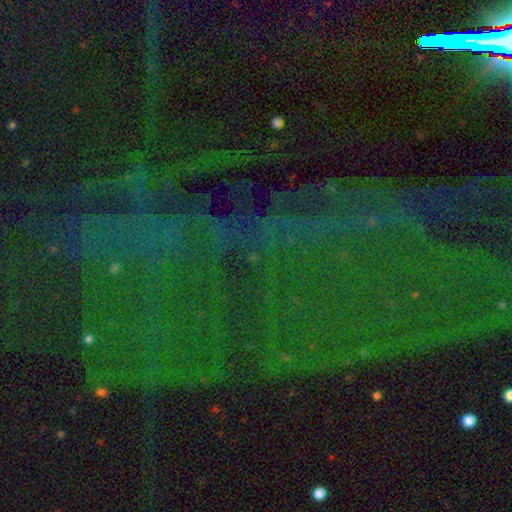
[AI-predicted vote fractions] smooth-or-featured: star or artifact: 83% | featured or disk: 9% | smooth: 8%